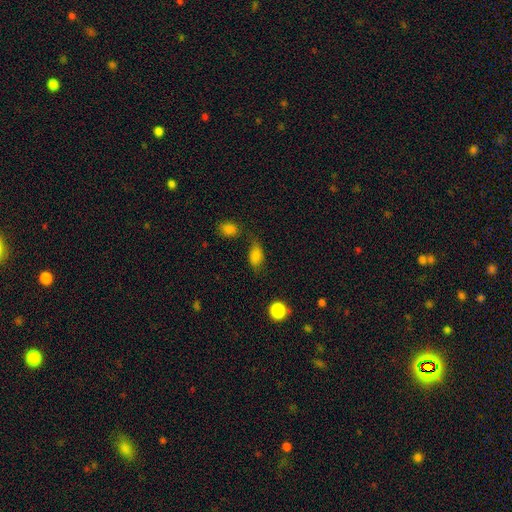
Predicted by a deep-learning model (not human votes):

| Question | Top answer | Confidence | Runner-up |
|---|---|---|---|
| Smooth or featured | smooth | 78% | star or artifact (13%) |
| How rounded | in between | 85% | round (12%) |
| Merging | none | 53% | minor disturbance (26%) |